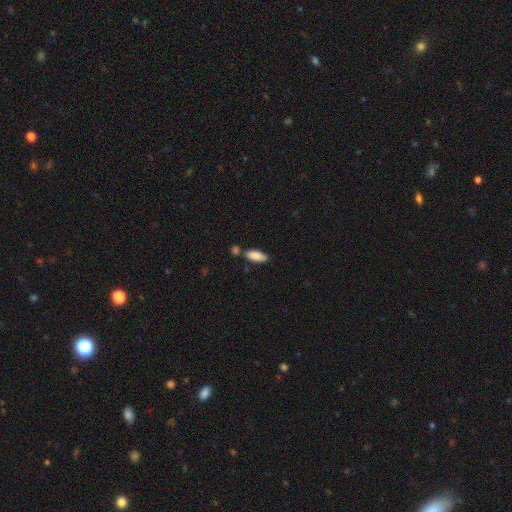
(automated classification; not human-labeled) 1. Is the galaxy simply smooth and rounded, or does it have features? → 86% smooth, 7% featured or disk, 7% star or artifact.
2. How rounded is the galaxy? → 77% in between, 21% cigar-shaped, 2% round.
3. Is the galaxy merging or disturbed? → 67% none, 15% minor disturbance, 15% merger, 3% major disturbance.